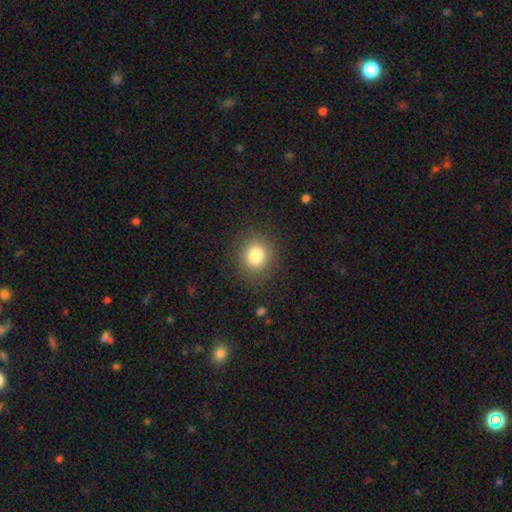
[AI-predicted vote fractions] A smooth galaxy with no disk features (82%) that is round (83%). Merging: none (88%).